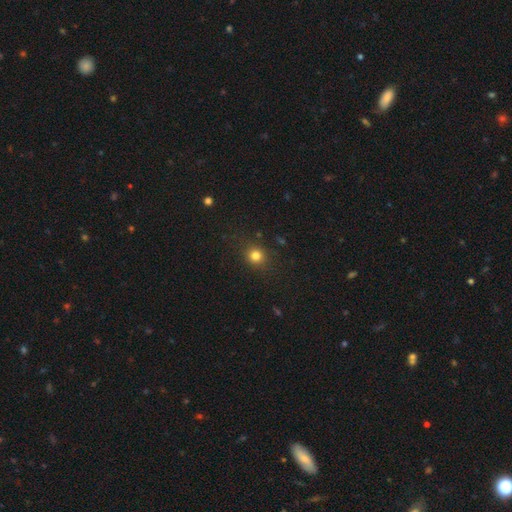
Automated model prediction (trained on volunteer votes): Smooth or featured? Predicted: smooth (p=0.80). How rounded? Predicted: round (p=0.82). Merging? Predicted: none (p=0.85).